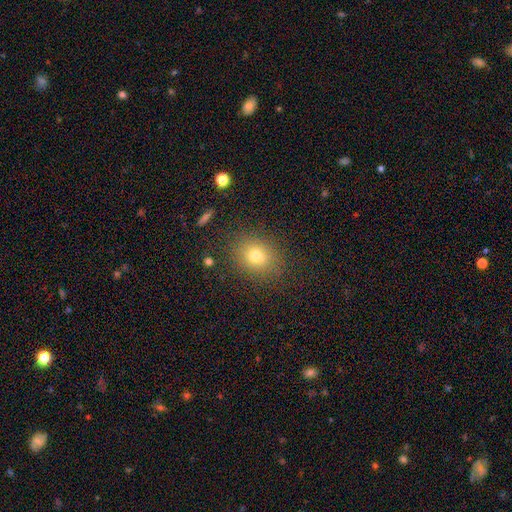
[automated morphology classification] Smooth or featured: smooth — 75% (star or artifact — 14%)
How rounded: round — 59% (in between — 40%)
Merging: none — 83% (minor disturbance — 11%)